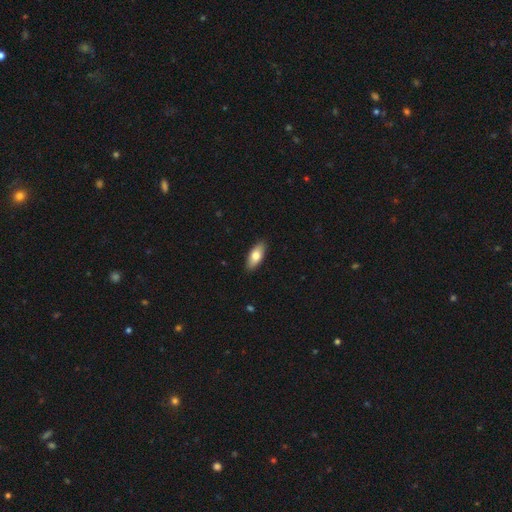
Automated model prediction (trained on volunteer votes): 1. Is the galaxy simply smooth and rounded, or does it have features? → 76% smooth, 18% featured or disk, 6% star or artifact.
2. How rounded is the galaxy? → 83% in between, 15% cigar-shaped, 2% round.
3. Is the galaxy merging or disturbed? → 89% none, 8% minor disturbance, 2% major disturbance, 1% merger.